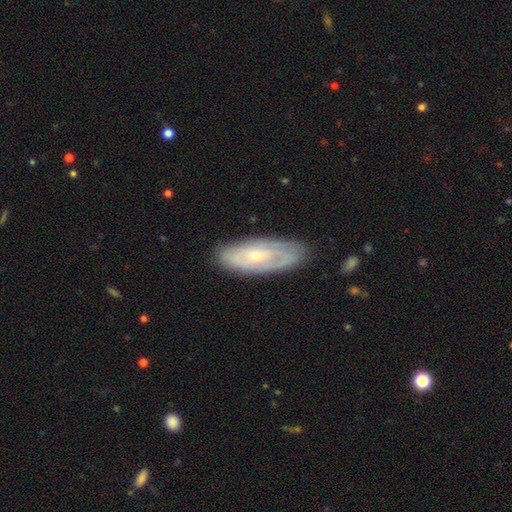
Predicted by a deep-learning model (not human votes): smooth_or_featured: featured or disk (p=0.60) [alt: smooth p=0.34]
disk_edge_on: no (p=0.85) [alt: yes p=0.15]
bar: no (p=0.78) [alt: weak p=0.18]
has_spiral_arms: yes (p=0.63) [alt: no p=0.37]
bulge_size: small (p=0.69) [alt: moderate p=0.28]
merging: none (p=0.75) [alt: minor disturbance p=0.19]